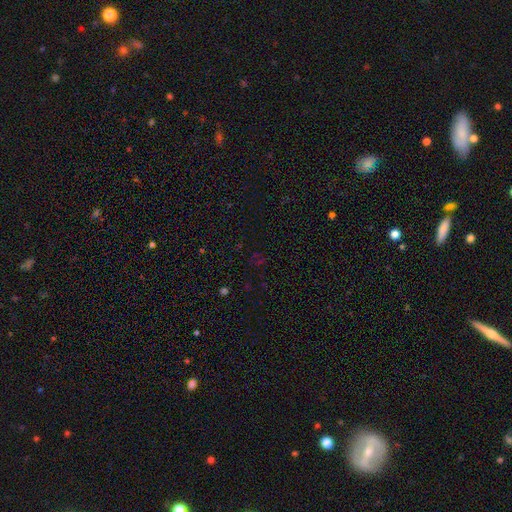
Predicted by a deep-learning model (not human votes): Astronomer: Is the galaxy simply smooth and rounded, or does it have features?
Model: star or artifact — 64%.